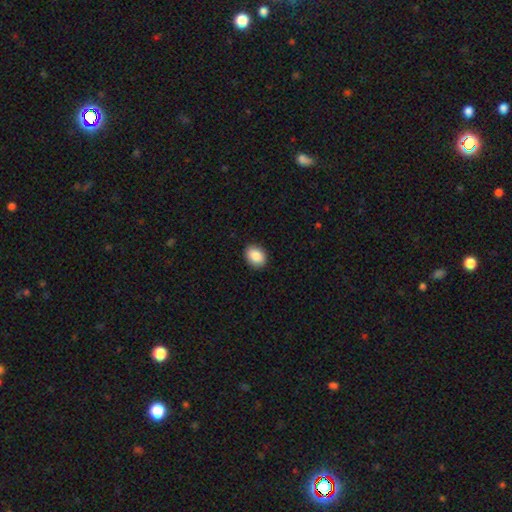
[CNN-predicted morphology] smooth 89%, star or artifact 7%, featured or disk 4%. Down the decision tree: how rounded — in between (65%); merging — none (90%).